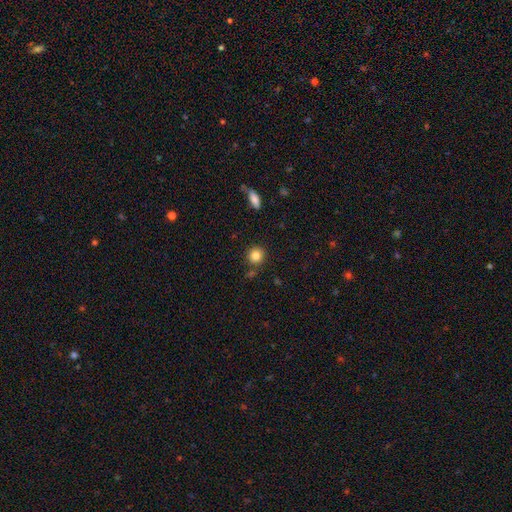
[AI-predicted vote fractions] A smooth galaxy with no disk features (85%) that is round (90%).

Vote fractions:
- Smooth or featured? smooth: 85% / star or artifact: 10% / featured or disk: 5%
- How rounded? round: 90% / in between: 9% / cigar-shaped: 1%
- Merging? none: 83% / minor disturbance: 8% / merger: 6% / major disturbance: 3%